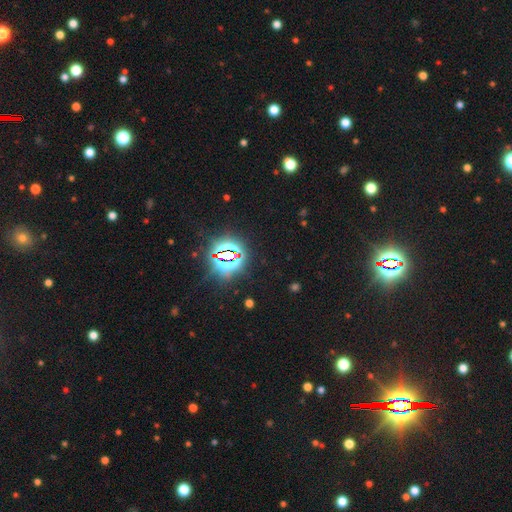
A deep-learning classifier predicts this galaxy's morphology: star or artifact 82%, smooth 11%, featured or disk 7%.